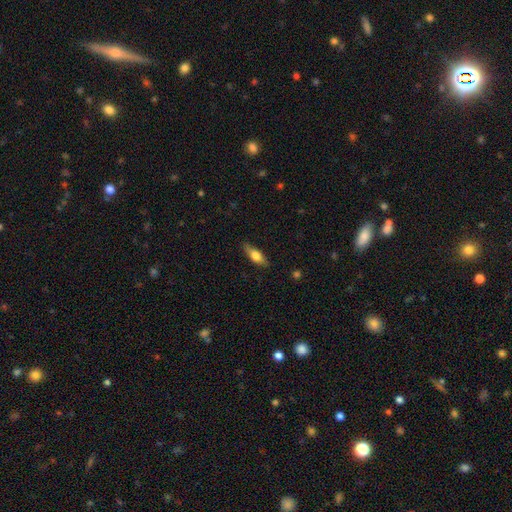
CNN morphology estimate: type=smooth (60%); roundness=in between (55%); merging=none (84%).